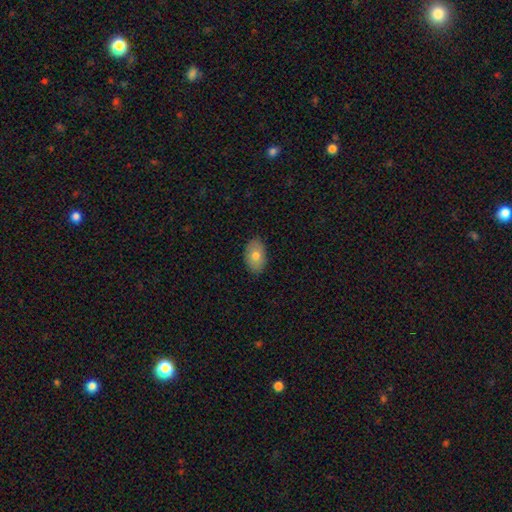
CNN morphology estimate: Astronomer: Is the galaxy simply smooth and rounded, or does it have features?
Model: smooth — 76%.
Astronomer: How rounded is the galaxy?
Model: in between — 90%.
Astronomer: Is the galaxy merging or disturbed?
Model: none — 87%.